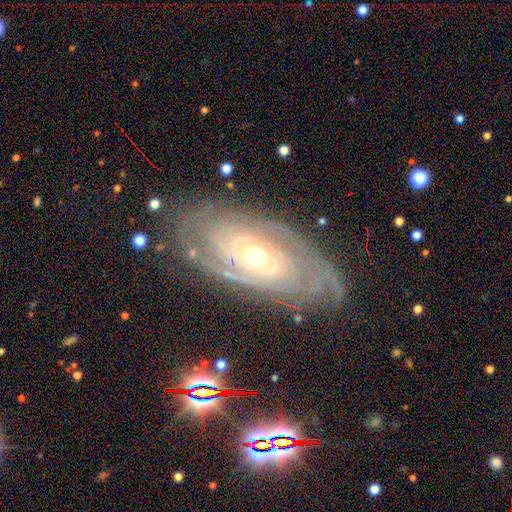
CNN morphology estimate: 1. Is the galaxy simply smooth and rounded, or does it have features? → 88% featured or disk, 7% smooth, 6% star or artifact.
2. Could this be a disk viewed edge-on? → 91% no, 9% yes.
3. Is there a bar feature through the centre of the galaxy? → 71% no, 21% weak, 8% strong.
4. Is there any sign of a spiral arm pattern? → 94% yes, 6% no.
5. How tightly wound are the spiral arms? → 76% tight, 19% medium, 5% loose.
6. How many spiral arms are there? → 34% can't tell, 25% 2, 17% 3, 9% 4, 8% more than 4, 6% 1.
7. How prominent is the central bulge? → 63% moderate, 30% small, 5% large, 1% dominant, 1% none.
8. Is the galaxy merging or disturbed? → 73% none, 17% minor disturbance, 7% major disturbance, 2% merger.